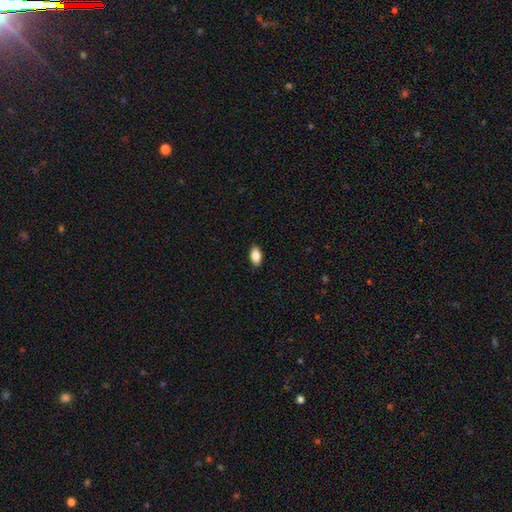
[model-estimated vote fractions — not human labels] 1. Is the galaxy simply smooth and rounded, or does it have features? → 85% smooth, 7% featured or disk, 7% star or artifact.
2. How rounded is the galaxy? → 91% in between, 6% cigar-shaped, 4% round.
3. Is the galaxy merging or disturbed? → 87% none, 10% minor disturbance, 2% major disturbance, 1% merger.